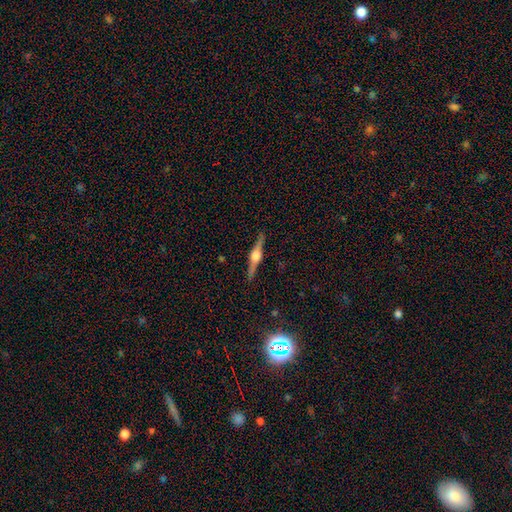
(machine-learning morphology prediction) Smooth or featured? featured or disk (82%)
Edge-on disk? yes (98%)
Edge-on bulge? rounded (90%)
Merging? none (91%)